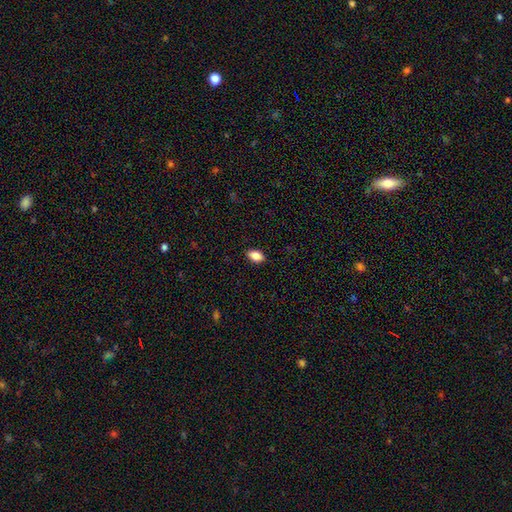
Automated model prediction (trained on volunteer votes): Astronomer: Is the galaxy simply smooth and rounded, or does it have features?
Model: smooth — 86%.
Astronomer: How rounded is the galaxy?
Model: in between — 91%.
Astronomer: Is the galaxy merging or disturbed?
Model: none — 88%.